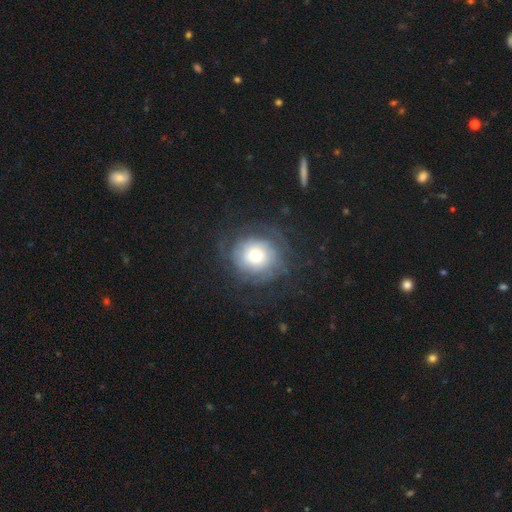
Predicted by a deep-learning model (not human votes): smooth-or-featured: featured or disk: 60% | smooth: 31% | star or artifact: 9%
  disk-edge-on: no: 97% | yes: 3%
    bar: no: 84% | weak: 13% | strong: 3%
    has-spiral-arms: yes: 85% | no: 15%
    bulge-size: moderate: 41% | large: 36% | small: 13% | dominant: 8% | none: 2%
  merging: none: 69% | major disturbance: 15% | minor disturbance: 14% | merger: 1%